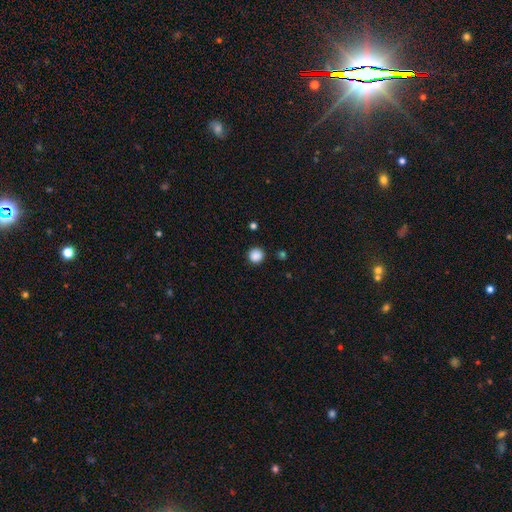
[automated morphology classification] smooth-or-featured: smooth: 87% | star or artifact: 10% | featured or disk: 3%
  how-rounded: round: 94% | in between: 5% | cigar-shaped: 1%
  merging: none: 91% | minor disturbance: 6% | major disturbance: 2% | merger: 2%